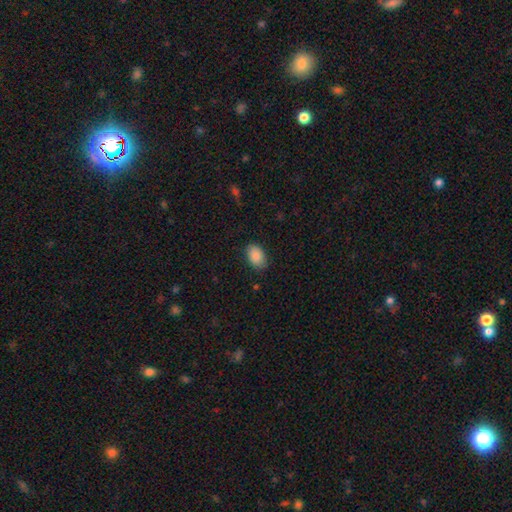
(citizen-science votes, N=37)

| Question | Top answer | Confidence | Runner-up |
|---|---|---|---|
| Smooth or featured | smooth | 95% | featured or disk (3%) |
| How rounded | in between | 91% | round (6%) |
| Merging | none | 78% | minor disturbance (14%) |